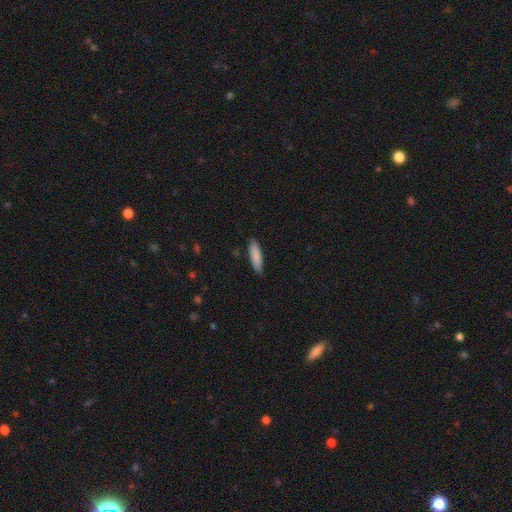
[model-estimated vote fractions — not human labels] Q: Smooth or featured?
A: smooth (87%); runner-up: featured or disk (7%)
Q: How rounded?
A: cigar-shaped (68%); runner-up: in between (31%)
Q: Merging?
A: none (86%); runner-up: minor disturbance (11%)